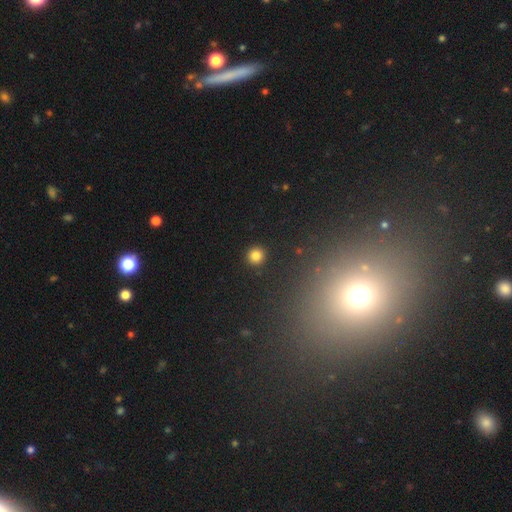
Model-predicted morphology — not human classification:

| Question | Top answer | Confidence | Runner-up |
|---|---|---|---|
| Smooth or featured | smooth | 83% | star or artifact (12%) |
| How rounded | round | 94% | in between (5%) |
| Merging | none | 92% | minor disturbance (5%) |